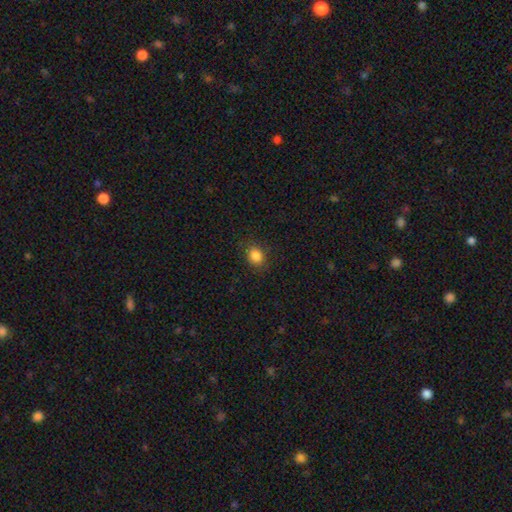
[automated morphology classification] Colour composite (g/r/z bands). It shows a smooth galaxy with no disk features (85%) that is round (58%). Merging: none (86%).